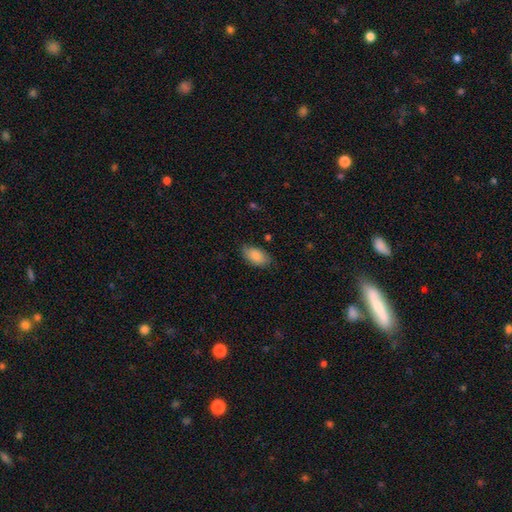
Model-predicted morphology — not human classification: smooth 84%, featured or disk 9%, star or artifact 6%. Down the decision tree: how rounded — in between (94%); merging — none (78%).